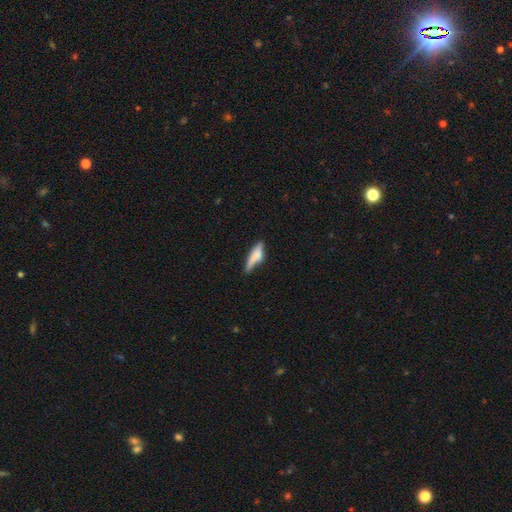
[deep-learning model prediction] This is likely a smooth galaxy (64%). How rounded: likely cigar-shaped (65%). Merging: possibly none (46%).